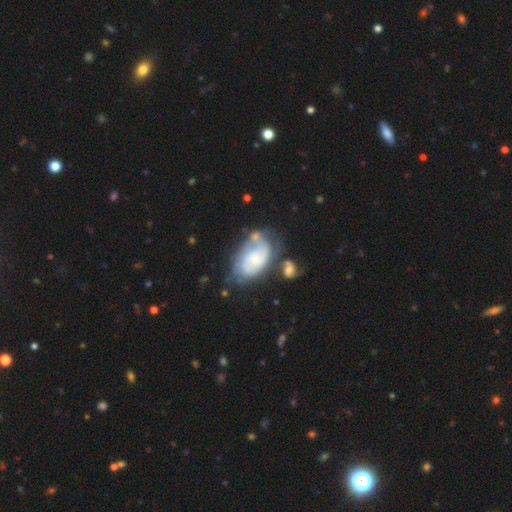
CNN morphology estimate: smooth_or_featured: featured or disk (p=0.64) [alt: smooth p=0.27]
disk_edge_on: no (p=0.96) [alt: yes p=0.04]
bar: no (p=0.68) [alt: weak p=0.26]
has_spiral_arms: yes (p=0.84) [alt: no p=0.16]
spiral_winding: tight (p=0.54) [alt: medium p=0.33]
spiral_arm_count: 2 (p=0.44) [alt: can't tell p=0.35]
bulge_size: small (p=0.48) [alt: moderate p=0.26]
merging: none (p=0.52) [alt: minor disturbance p=0.24]